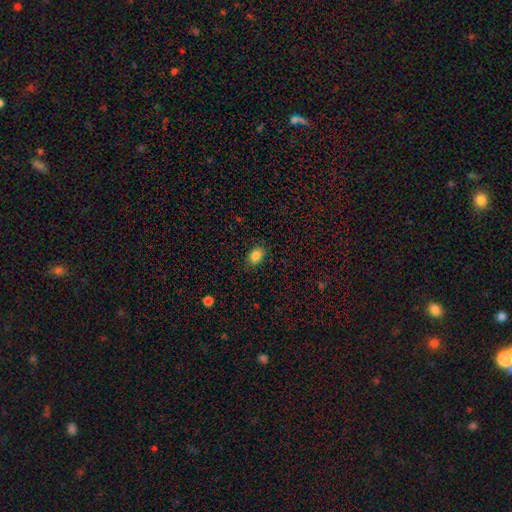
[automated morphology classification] smooth-or-featured: smooth: 86% | star or artifact: 9% | featured or disk: 4%
  how-rounded: in between: 76% | round: 22% | cigar-shaped: 1%
  merging: none: 85% | minor disturbance: 11% | major disturbance: 3% | merger: 1%